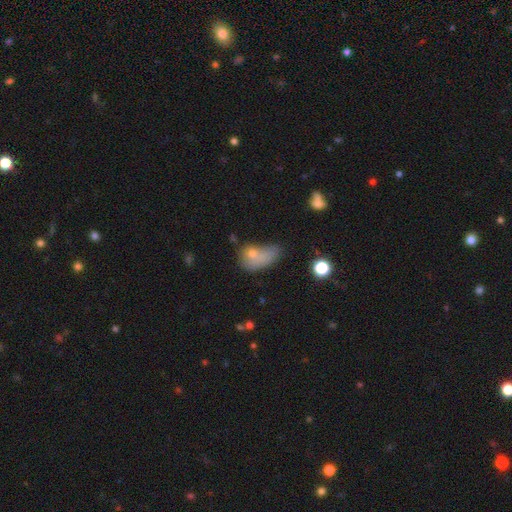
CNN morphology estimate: Smooth or featured: smooth — 68% (featured or disk — 18%)
How rounded: in between — 76% (round — 20%)
Merging: major disturbance — 29% (none — 24%)